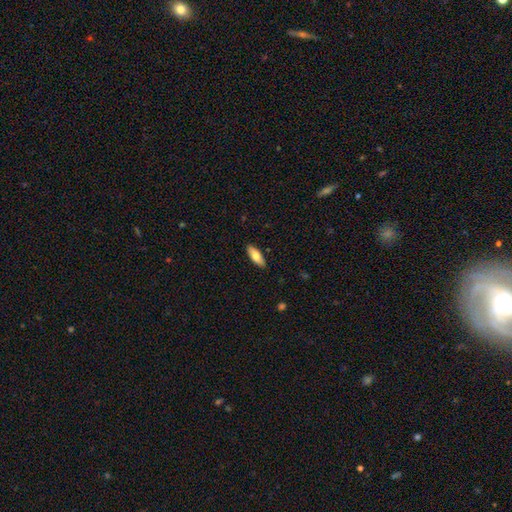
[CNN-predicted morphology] A smooth galaxy with no disk features (75%) that is in between round and cigar-shaped (72%). Merging: none (89%).